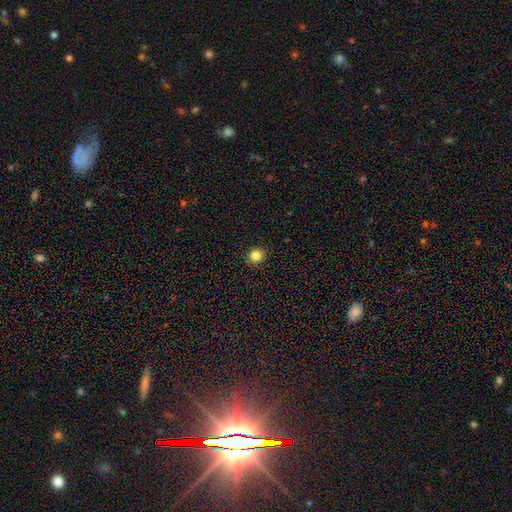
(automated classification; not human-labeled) A smooth galaxy with no disk features (85%) that is round (91%). Merging: none (92%).